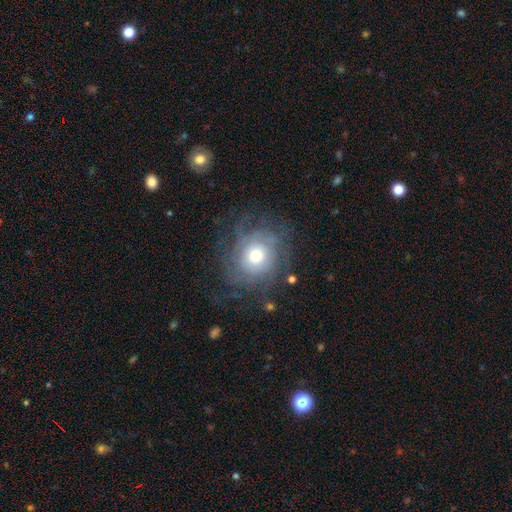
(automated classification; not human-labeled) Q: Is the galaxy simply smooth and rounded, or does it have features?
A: featured or disk — 64%.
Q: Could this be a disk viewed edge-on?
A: no — 97%.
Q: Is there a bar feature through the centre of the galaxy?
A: no — 82%.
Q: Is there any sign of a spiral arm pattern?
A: yes — 83%.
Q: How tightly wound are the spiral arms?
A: tight — 58%.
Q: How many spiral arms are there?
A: can't tell — 52%.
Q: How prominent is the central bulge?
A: moderate — 58%.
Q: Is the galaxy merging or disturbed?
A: none — 68%.